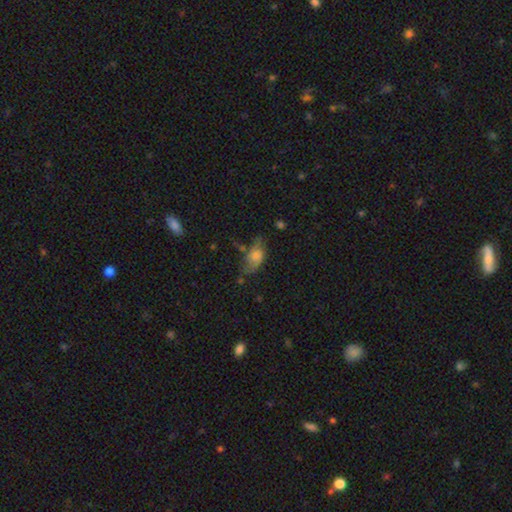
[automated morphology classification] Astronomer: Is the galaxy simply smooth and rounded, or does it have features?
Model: smooth — 59%.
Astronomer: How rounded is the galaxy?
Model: in between — 85%.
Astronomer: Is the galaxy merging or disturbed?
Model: none — 46% (runner-up: minor disturbance, 31%).